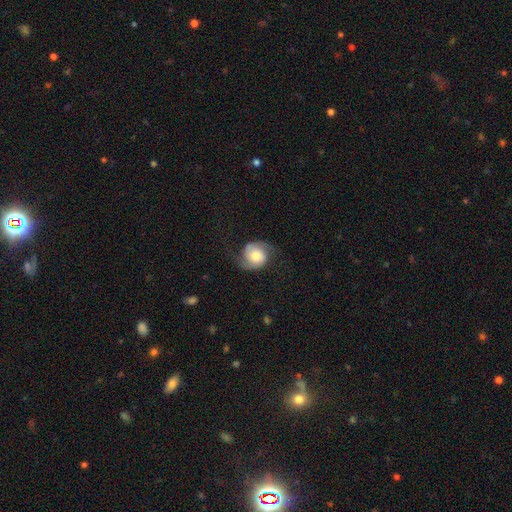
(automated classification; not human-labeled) smooth-or-featured: featured or disk: 72% | smooth: 21% | star or artifact: 7%
  disk-edge-on: no: 98% | yes: 2%
    bar: no: 71% | weak: 23% | strong: 5%
    has-spiral-arms: yes: 95% | no: 5%
      spiral-winding: medium: 43% | loose: 35% | tight: 21%
      spiral-arm-count: 2: 91% | can't tell: 3% | 1: 2% | 3: 1% | 4: 1% | more than 4: 1%
    bulge-size: moderate: 48% | large: 23% | small: 19% | dominant: 6% | none: 5%
  merging: none: 71% | minor disturbance: 18% | major disturbance: 10% | merger: 1%